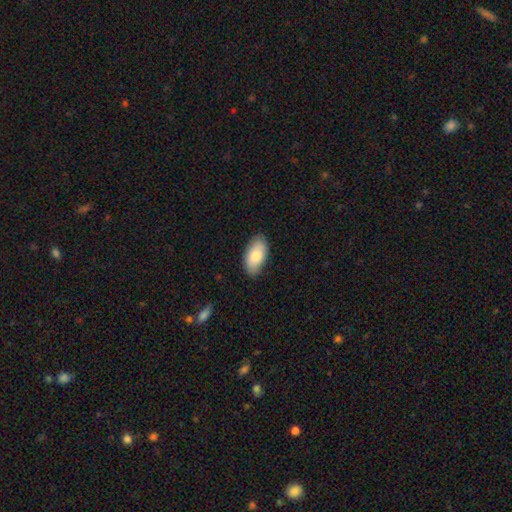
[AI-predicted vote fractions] This appears to be a smooth galaxy with no disk features (80%) that is in between round and cigar-shaped (95%). Merging: none (83%).